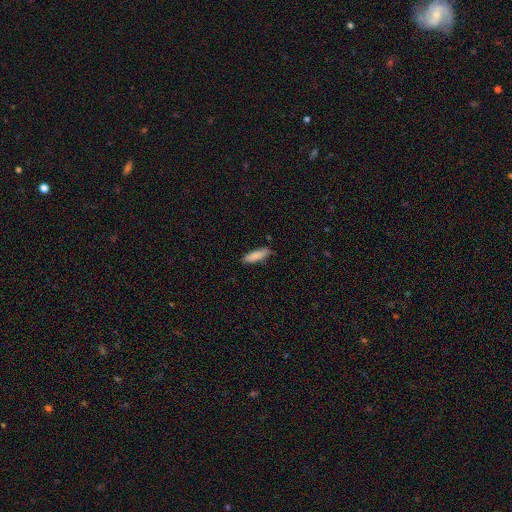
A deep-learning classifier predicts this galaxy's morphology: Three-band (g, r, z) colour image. It shows a smooth galaxy with no disk features (87%) that is cigar-shaped (58%). Merging: none (84%).